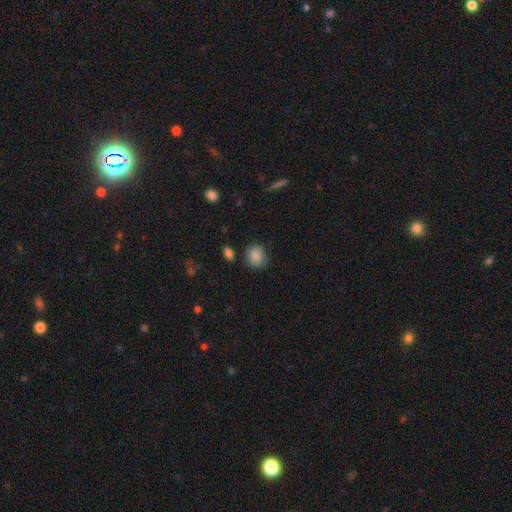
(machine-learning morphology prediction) This is clearly a smooth galaxy (86%). How rounded: likely round (67%). Merging: likely none (72%).